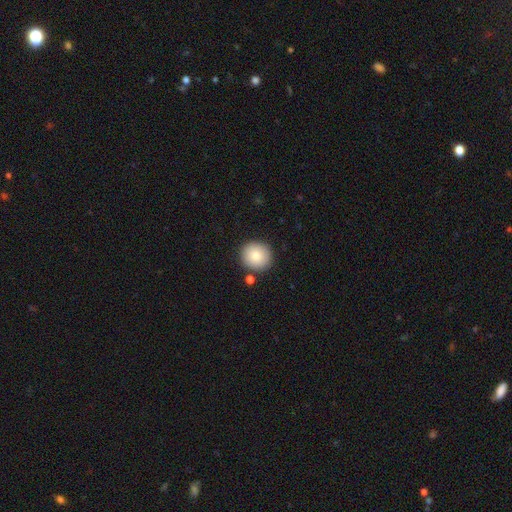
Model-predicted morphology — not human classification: smooth 84%, star or artifact 8%, featured or disk 8%. Down the decision tree: how rounded — round (93%); merging — none (85%).